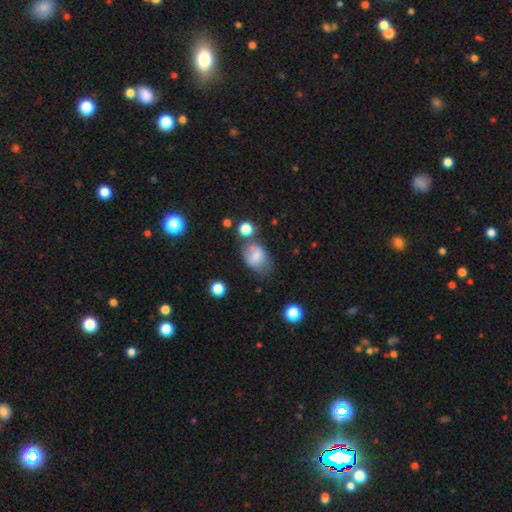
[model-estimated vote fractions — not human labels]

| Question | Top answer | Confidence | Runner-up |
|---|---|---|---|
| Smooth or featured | smooth | 71% | featured or disk (18%) |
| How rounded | in between | 78% | round (20%) |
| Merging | none | 44% | minor disturbance (27%) |